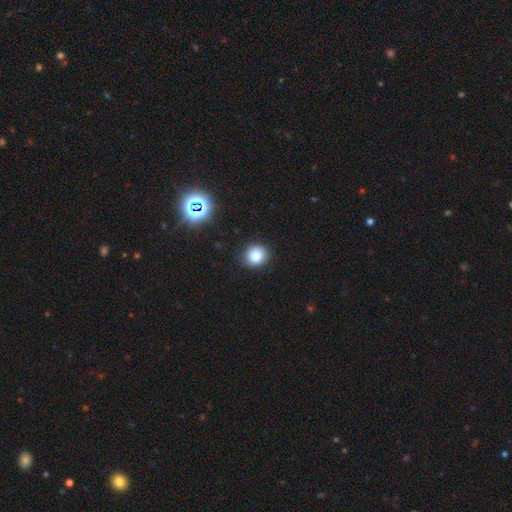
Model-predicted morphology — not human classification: This is clearly a smooth galaxy (83%). How rounded: clearly round (85%). Merging: clearly none (85%).